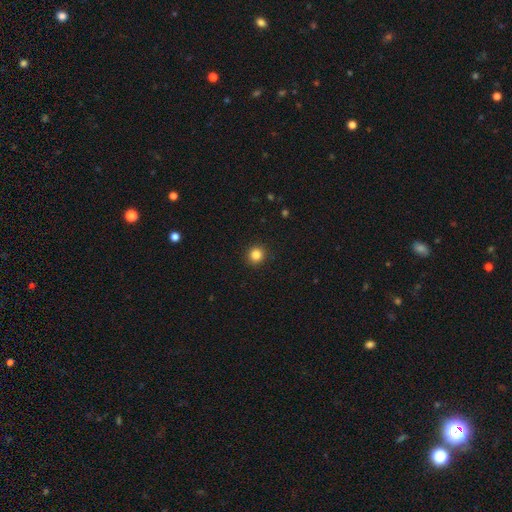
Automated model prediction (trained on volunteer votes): smooth-or-featured: smooth: 85% | star or artifact: 11% | featured or disk: 4%
  how-rounded: round: 94% | in between: 6% | cigar-shaped: 1%
  merging: none: 93% | minor disturbance: 5% | major disturbance: 2% | merger: 1%